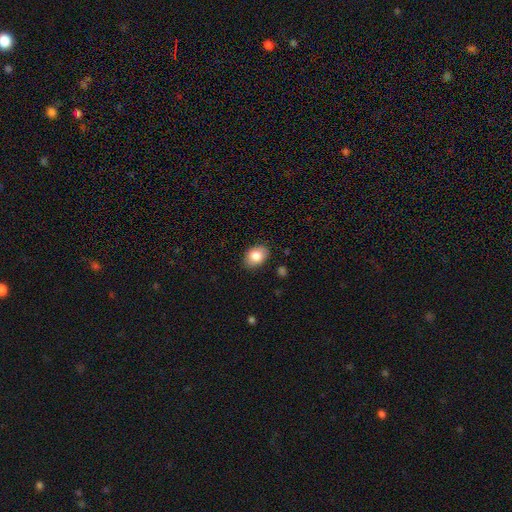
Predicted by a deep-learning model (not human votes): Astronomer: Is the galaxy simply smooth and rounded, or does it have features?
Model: smooth — 85%.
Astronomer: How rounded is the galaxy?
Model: in between — 77%.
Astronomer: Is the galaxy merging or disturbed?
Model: none — 84%.